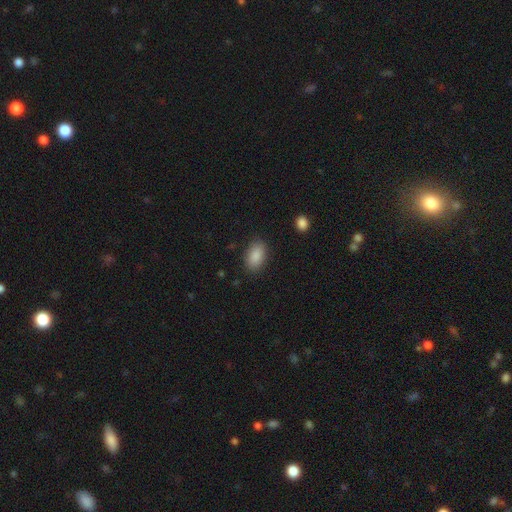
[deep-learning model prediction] smooth-or-featured: smooth: 88% | star or artifact: 7% | featured or disk: 5%
  how-rounded: in between: 91% | round: 7% | cigar-shaped: 2%
  merging: none: 86% | minor disturbance: 10% | major disturbance: 3% | merger: 1%